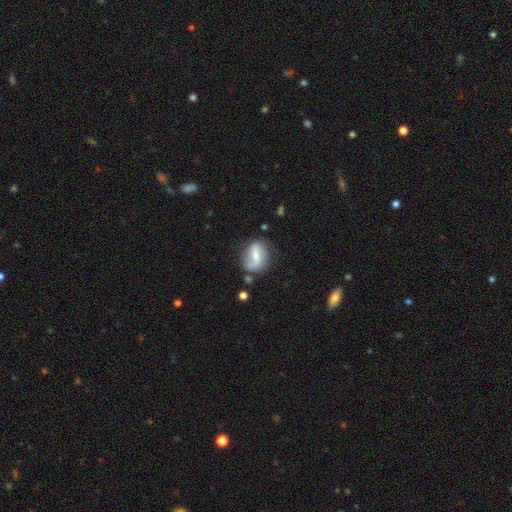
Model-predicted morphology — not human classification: Q: Smooth or featured?
A: featured or disk (54%); runner-up: smooth (38%)
Q: Edge-on disk?
A: no (95%); runner-up: yes (5%)
Q: Bar?
A: weak (42%); runner-up: strong (33%)
Q: Spiral arms?
A: yes (75%); runner-up: no (25%)
Q: Bulge size?
A: small (46%); runner-up: moderate (41%)
Q: Merging?
A: none (62%); runner-up: minor disturbance (24%)